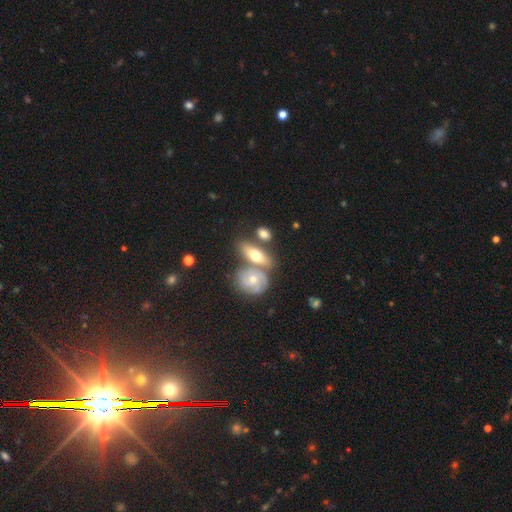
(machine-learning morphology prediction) type=smooth (52%); roundness=in between (69%); merging=none (51%).